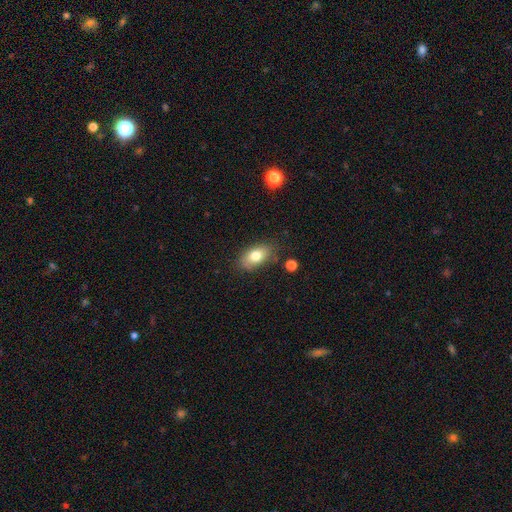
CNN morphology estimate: smooth_or_featured: smooth (p=0.77) [alt: featured or disk p=0.15]
how_rounded: in between (p=0.89) [alt: round p=0.08]
merging: none (p=0.78) [alt: minor disturbance p=0.16]